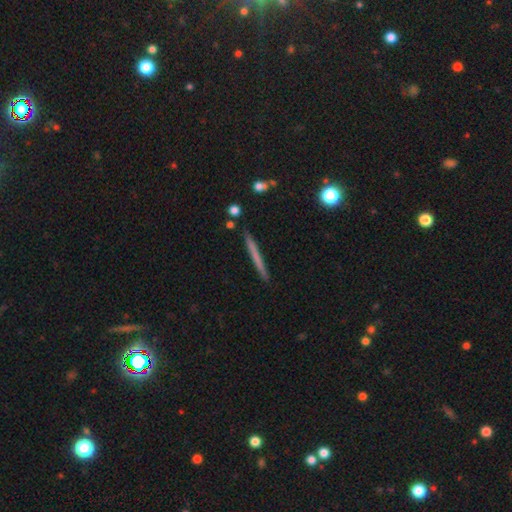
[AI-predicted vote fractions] This is possibly a smooth galaxy (56%). How rounded: clearly cigar-shaped (96%). Merging: clearly none (91%).